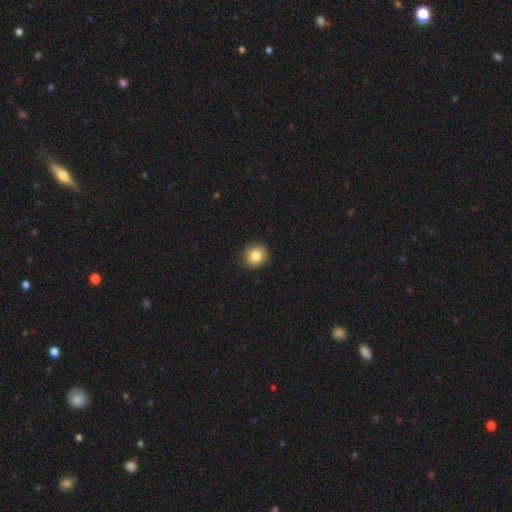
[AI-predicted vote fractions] Smooth or featured?
  - smooth: 84% *
  - star or artifact: 9%
  - featured or disk: 6%
How rounded?
  - round: 91% *
  - in between: 8%
  - cigar-shaped: 1%
Merging?
  - none: 89% *
  - minor disturbance: 8%
  - major disturbance: 2%
  - merger: 1%